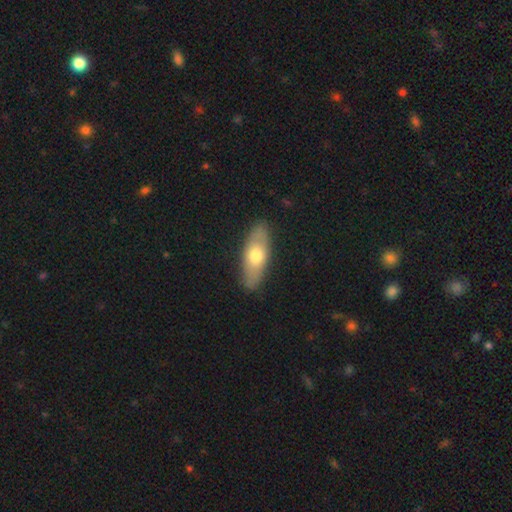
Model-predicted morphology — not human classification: smooth-or-featured: smooth: 62% | featured or disk: 33% | star or artifact: 5%
  how-rounded: in between: 72% | cigar-shaped: 25% | round: 3%
  merging: none: 86% | minor disturbance: 11% | major disturbance: 2% | merger: 1%